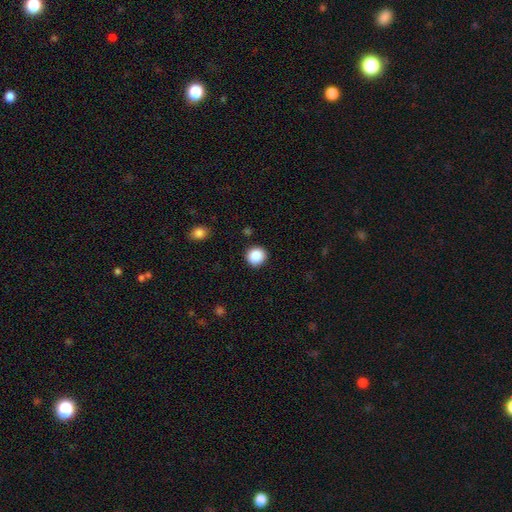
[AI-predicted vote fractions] Overall: smooth (89%). How rounded: round (93%). Merging: none (91%).